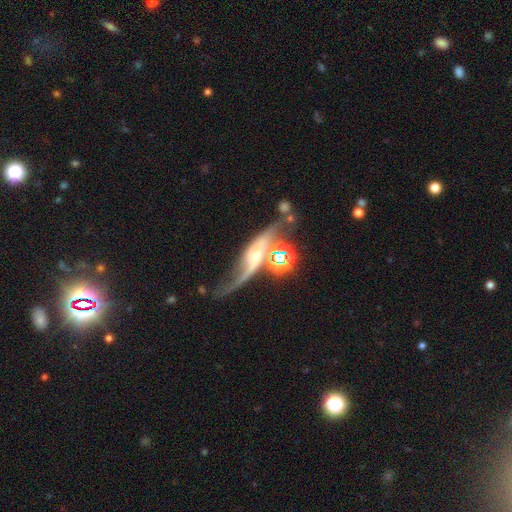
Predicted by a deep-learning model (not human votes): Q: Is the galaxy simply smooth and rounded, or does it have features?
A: featured or disk — 80%.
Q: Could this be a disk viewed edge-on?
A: no — 80%.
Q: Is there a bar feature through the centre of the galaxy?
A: no — 50%.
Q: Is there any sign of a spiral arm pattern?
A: yes — 93%.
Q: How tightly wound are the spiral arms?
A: loose — 83%.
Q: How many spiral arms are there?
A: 2 — 86%.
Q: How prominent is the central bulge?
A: small — 46%.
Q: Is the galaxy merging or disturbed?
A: none — 43%.